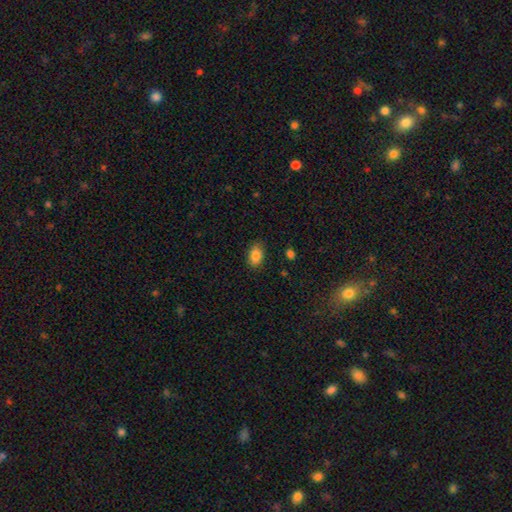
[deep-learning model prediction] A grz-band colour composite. It shows a smooth galaxy with no disk features (85%) that is in between round and cigar-shaped (86%). Merging: none (84%).